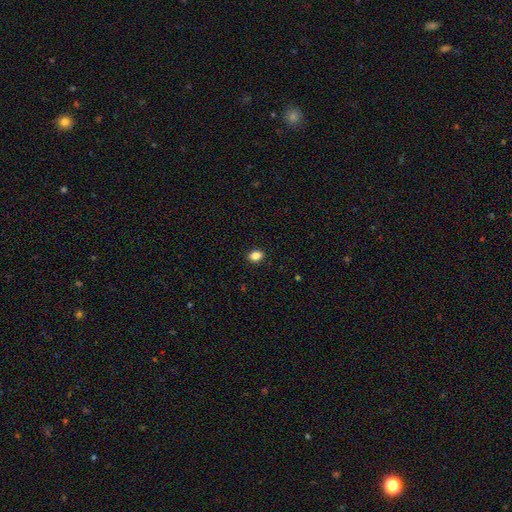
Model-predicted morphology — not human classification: Smooth or featured: smooth — 86% (star or artifact — 10%)
How rounded: in between — 68% (round — 31%)
Merging: none — 90% (minor disturbance — 7%)